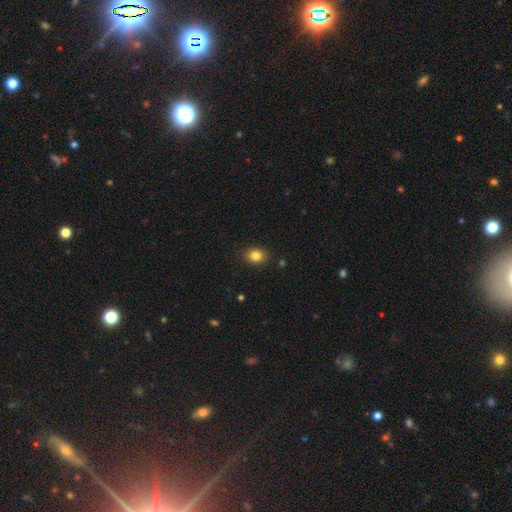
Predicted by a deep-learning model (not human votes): Morphology: type=smooth (84%); roundness=in between (58%); merging=none (88%).